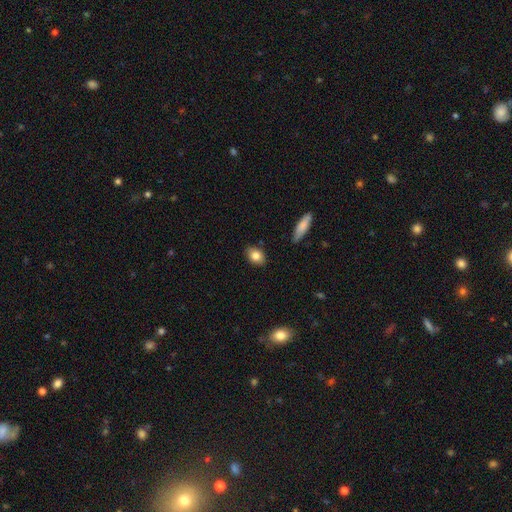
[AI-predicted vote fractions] Smooth or featured?
  - smooth: 83% *
  - featured or disk: 9%
  - star or artifact: 8%
How rounded?
  - in between: 76% *
  - round: 22%
  - cigar-shaped: 2%
Merging?
  - none: 85% *
  - minor disturbance: 11%
  - major disturbance: 2%
  - merger: 2%